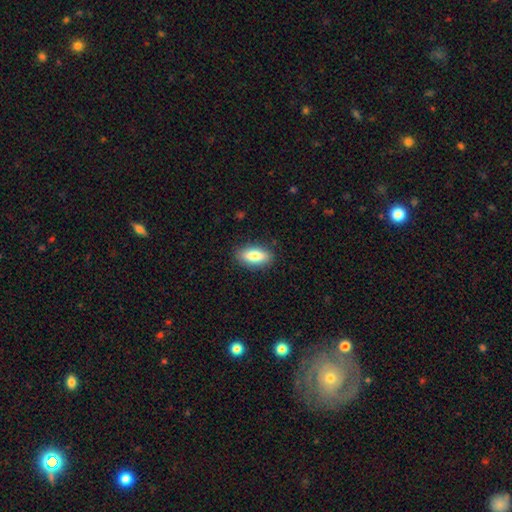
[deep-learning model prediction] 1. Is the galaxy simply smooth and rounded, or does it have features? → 77% smooth, 16% featured or disk, 7% star or artifact.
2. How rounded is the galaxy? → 83% in between, 13% cigar-shaped, 4% round.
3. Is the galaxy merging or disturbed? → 87% none, 9% minor disturbance, 2% major disturbance, 1% merger.